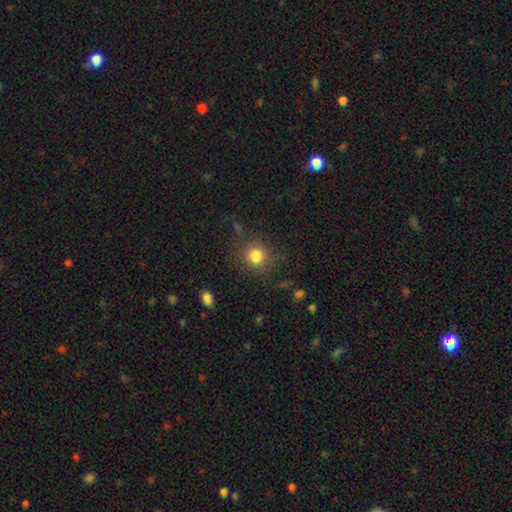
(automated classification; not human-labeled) The model was most divided on "how rounded": round: 81%, in between: 17%, cigar-shaped: 1%. More confident: smooth or featured — smooth (82%); merging — none (81%).